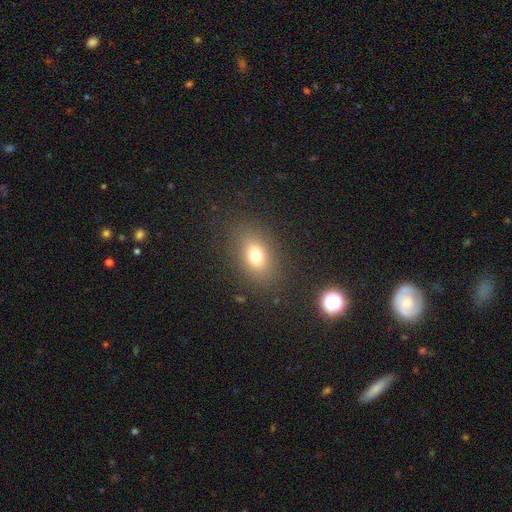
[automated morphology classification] This is likely a smooth galaxy (73%). How rounded: likely in between (75%). Merging: clearly none (85%).